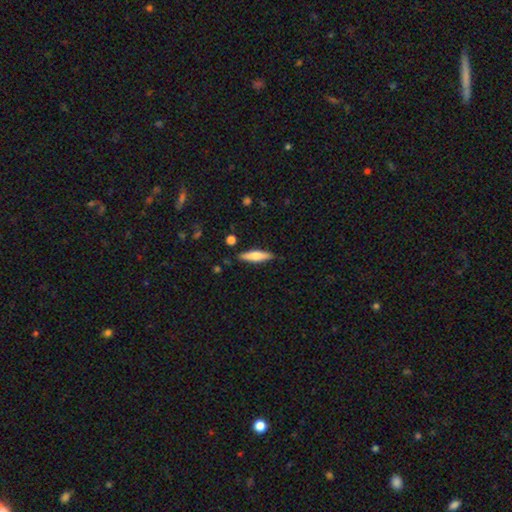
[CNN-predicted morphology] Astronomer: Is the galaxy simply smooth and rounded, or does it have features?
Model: smooth — 56% (runner-up: featured or disk, 38%).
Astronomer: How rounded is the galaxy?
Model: cigar-shaped — 73%.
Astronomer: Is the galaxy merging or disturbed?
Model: none — 87%.